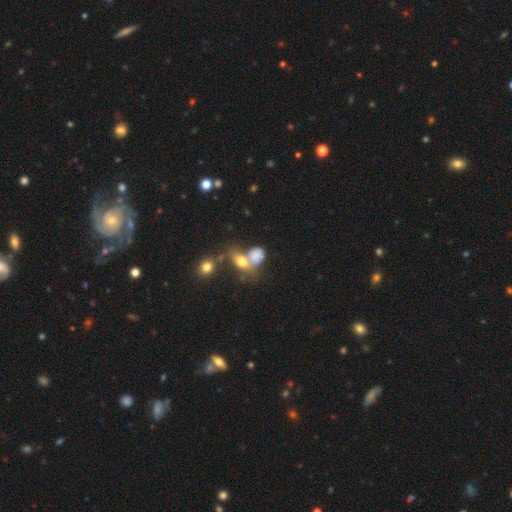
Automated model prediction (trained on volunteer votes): Smooth or featured: smooth — 74% (featured or disk — 15%)
How rounded: in between — 67% (round — 31%)
Merging: merger — 55% (none — 24%)